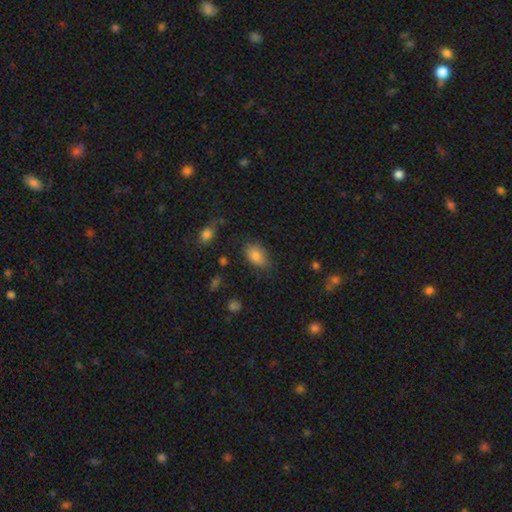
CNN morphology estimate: Overall: smooth (83%). How rounded: in between (88%). Merging: none (70%).